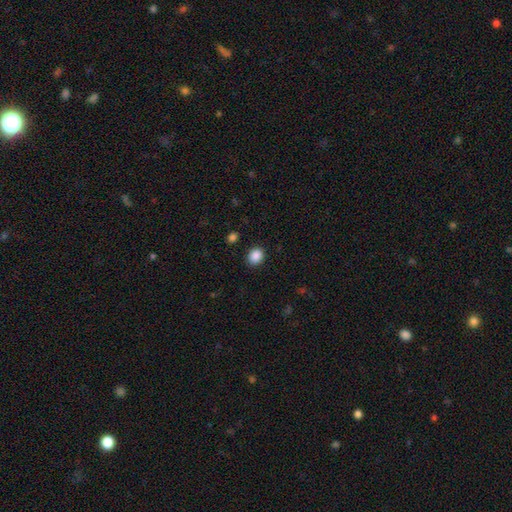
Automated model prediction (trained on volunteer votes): This appears to be a smooth galaxy with no disk features (88%) that is round (61%). Merging: none (89%).